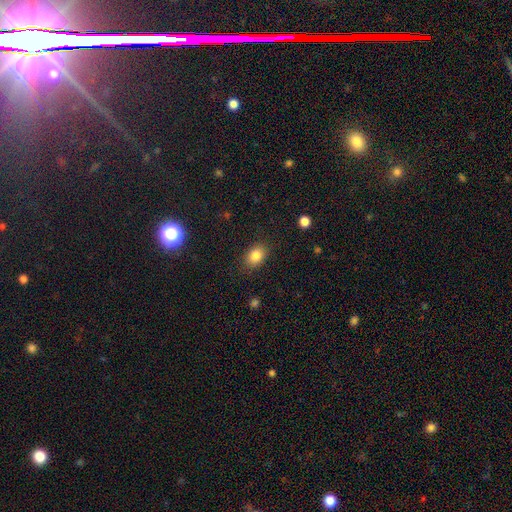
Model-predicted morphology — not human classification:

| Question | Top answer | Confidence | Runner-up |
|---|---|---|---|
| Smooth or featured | smooth | 84% | star or artifact (10%) |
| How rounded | in between | 76% | round (23%) |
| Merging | none | 86% | minor disturbance (10%) |